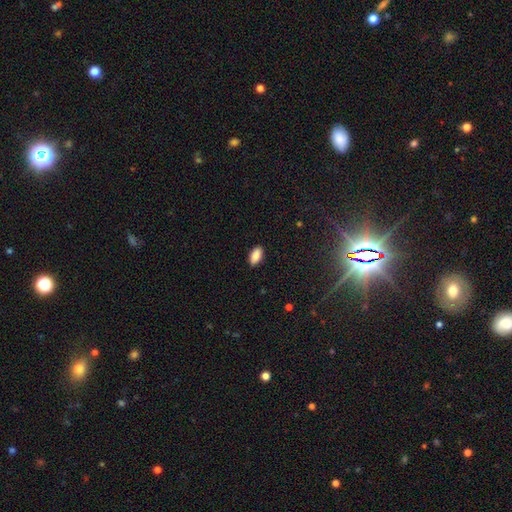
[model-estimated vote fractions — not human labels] Morphology: type=smooth (89%); roundness=in between (92%); merging=none (89%).